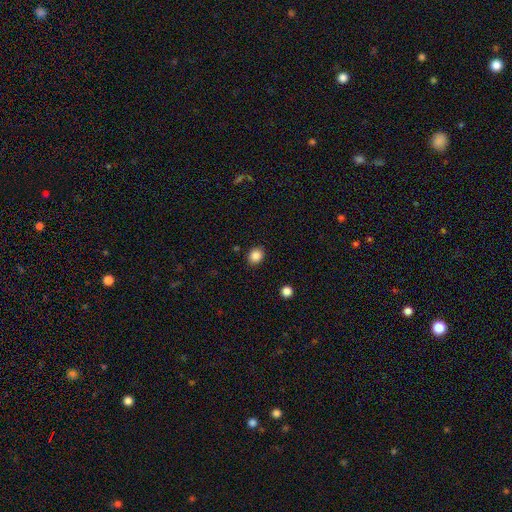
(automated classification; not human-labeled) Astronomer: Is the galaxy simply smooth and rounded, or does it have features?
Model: smooth — 86%.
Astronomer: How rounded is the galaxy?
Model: round — 64%.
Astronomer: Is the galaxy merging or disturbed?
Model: none — 88%.